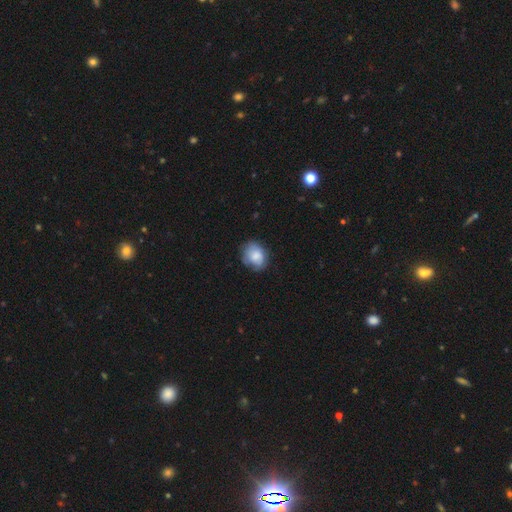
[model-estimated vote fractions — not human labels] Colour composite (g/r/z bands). It shows a smooth galaxy with no disk features (75%) that is in between round and cigar-shaped (54%). Merging: none (63%).